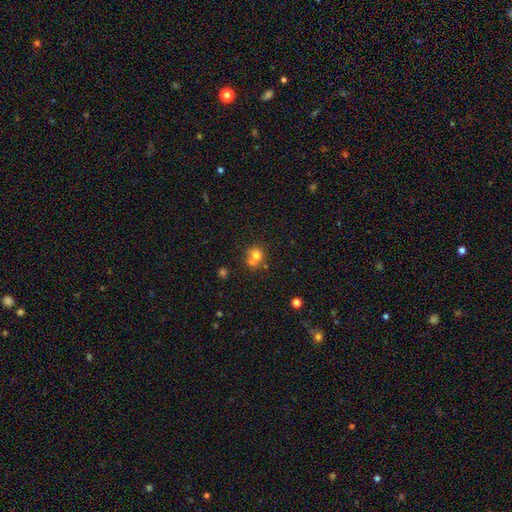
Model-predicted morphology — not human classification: smooth 72%, featured or disk 15%, star or artifact 13%. Down the decision tree: how rounded — round (79%); merging — merger (43%, tied with none).